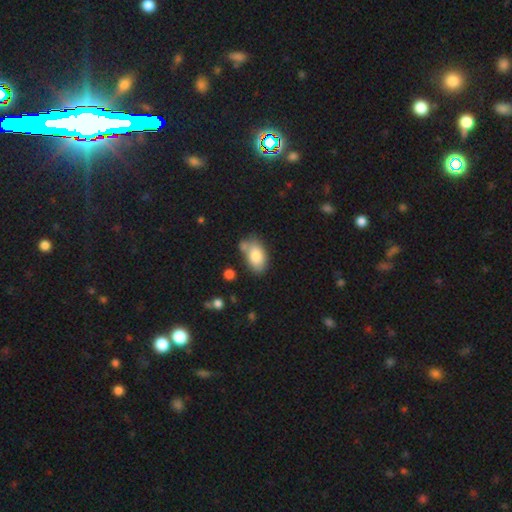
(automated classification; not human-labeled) This is clearly a smooth galaxy (83%). How rounded: clearly in between (92%). Merging: possibly none (57%).